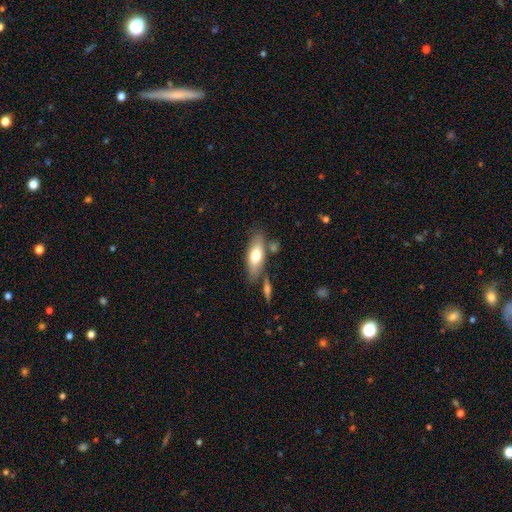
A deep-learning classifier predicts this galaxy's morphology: Q: Smooth or featured?
A: smooth (67%); runner-up: featured or disk (27%)
Q: How rounded?
A: in between (71%); runner-up: cigar-shaped (27%)
Q: Merging?
A: none (70%); runner-up: minor disturbance (15%)